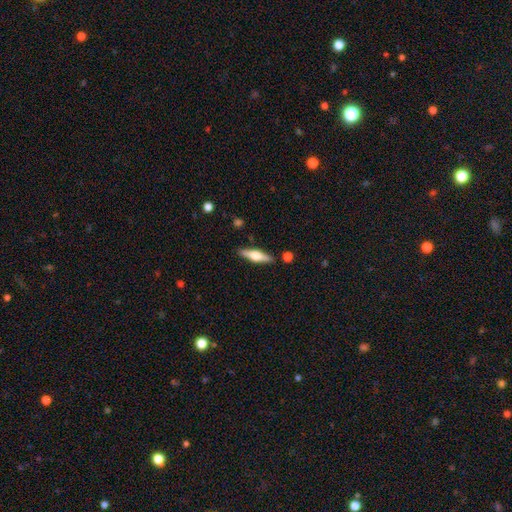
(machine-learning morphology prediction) Overall: featured or disk (56%; smooth 38%). Edge-on disk: yes (96%). Edge-on bulge: rounded (92%). Merging: none (87%).